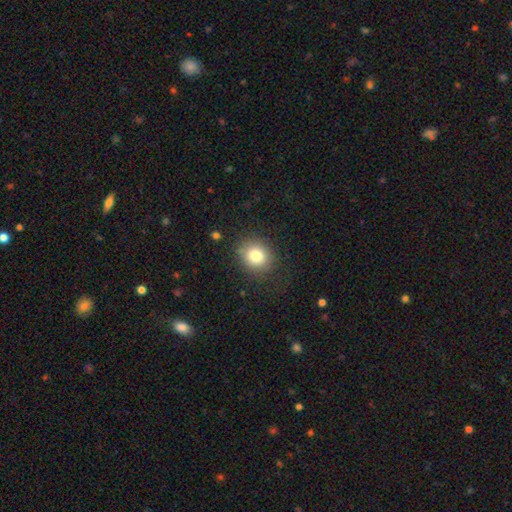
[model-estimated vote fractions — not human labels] Smooth or featured? smooth (80%)
How rounded? round (79%)
Merging? none (83%)